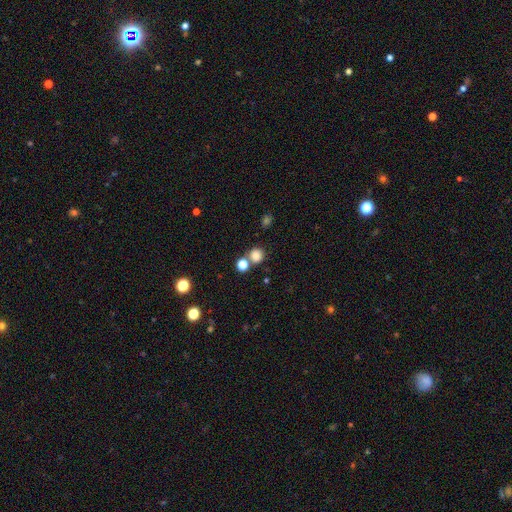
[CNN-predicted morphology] The model was most divided on "merging": none: 68%, merger: 20%, minor disturbance: 9%, major disturbance: 3%. More confident: how rounded — round (86%); smooth or featured — smooth (81%).